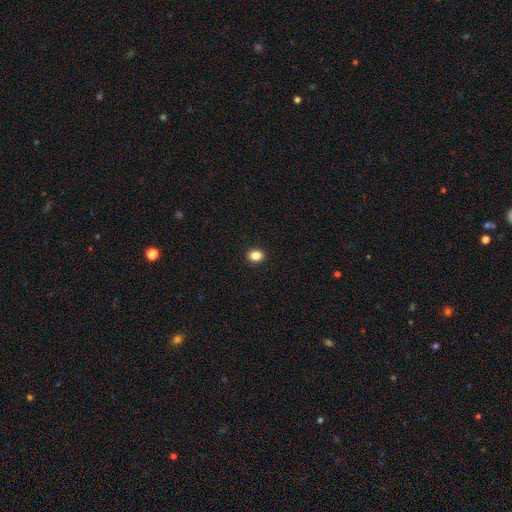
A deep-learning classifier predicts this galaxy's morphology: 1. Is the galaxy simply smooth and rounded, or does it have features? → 86% smooth, 10% star or artifact, 4% featured or disk.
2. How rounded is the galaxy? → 57% in between, 42% round, 1% cigar-shaped.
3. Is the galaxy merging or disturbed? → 92% none, 6% minor disturbance, 2% major disturbance, 1% merger.